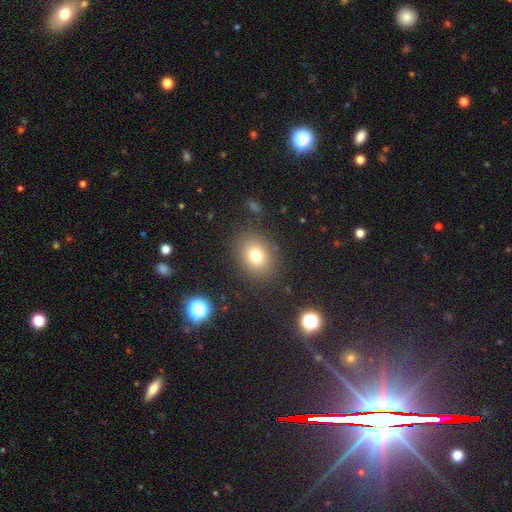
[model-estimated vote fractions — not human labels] smooth-or-featured: smooth: 77% | star or artifact: 13% | featured or disk: 10%
  how-rounded: in between: 54% | round: 45% | cigar-shaped: 1%
  merging: none: 84% | minor disturbance: 10% | major disturbance: 4% | merger: 2%